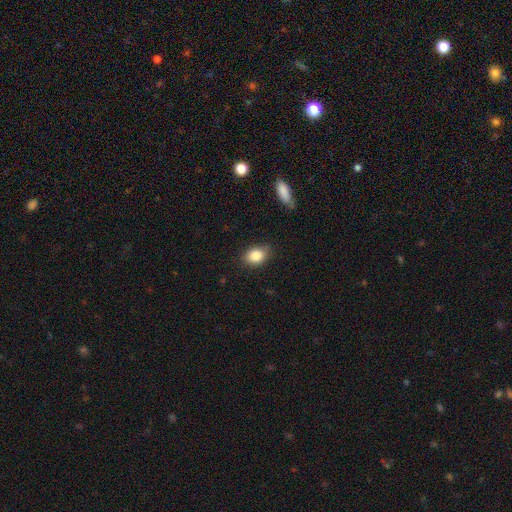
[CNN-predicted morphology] A smooth galaxy with no disk features (84%) that is in between round and cigar-shaped (75%).

Vote fractions:
- Smooth or featured? smooth: 84% / star or artifact: 8% / featured or disk: 8%
- How rounded? in between: 75% / round: 24% / cigar-shaped: 2%
- Merging? none: 79% / minor disturbance: 16% / major disturbance: 3% / merger: 1%